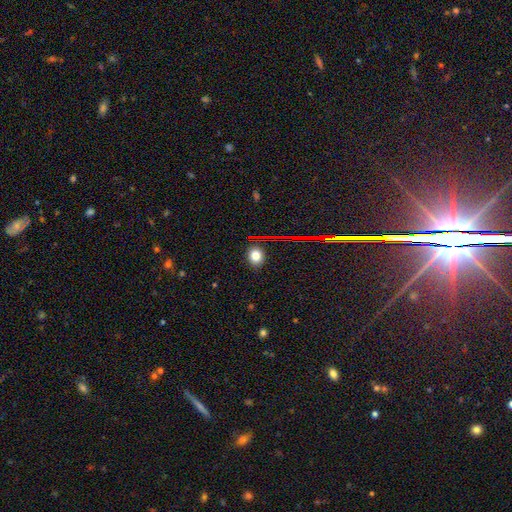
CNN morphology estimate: smooth 76%, star or artifact 16%, featured or disk 9%. Down the decision tree: how rounded — round (63%); merging — none (86%).